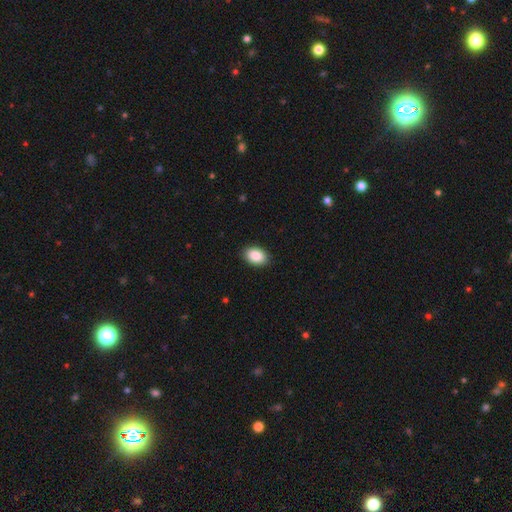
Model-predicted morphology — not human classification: Q: Smooth or featured?
A: smooth (88%); runner-up: star or artifact (7%)
Q: How rounded?
A: in between (85%); runner-up: round (14%)
Q: Merging?
A: none (90%); runner-up: minor disturbance (7%)